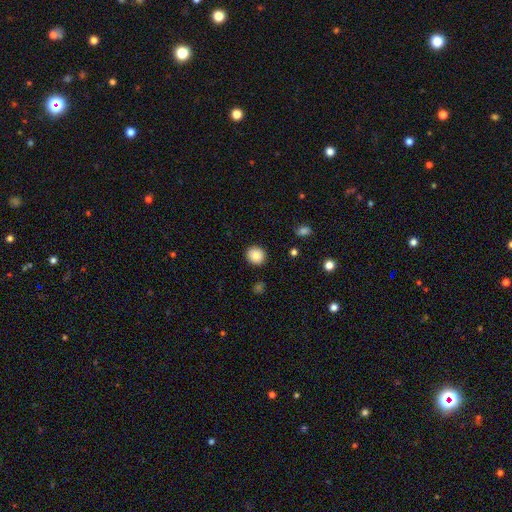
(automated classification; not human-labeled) Smooth or featured: smooth — 83% (star or artifact — 9%)
How rounded: round — 86% (in between — 13%)
Merging: none — 90% (minor disturbance — 7%)